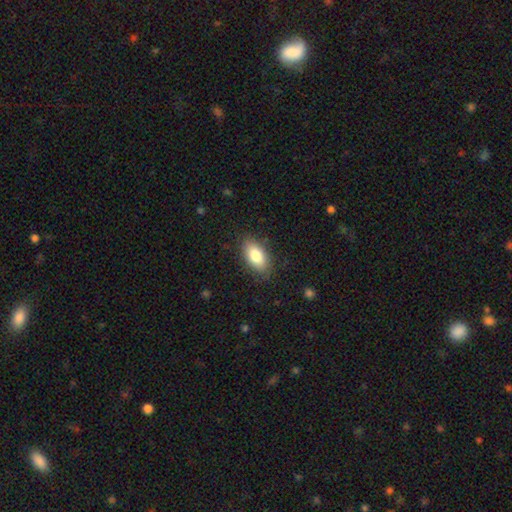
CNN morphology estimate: Smooth or featured? smooth (81%)
How rounded? in between (91%)
Merging? none (84%)